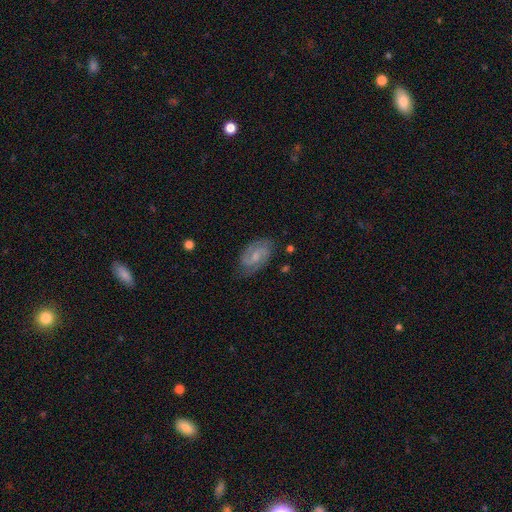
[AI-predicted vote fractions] A featured or disk galaxy (79%) with a weak bar (51%), 2 (86%) medium (49%) spiral arms (96%) and a small central bulge (47%).

Vote fractions:
- Smooth or featured? featured or disk: 79% / smooth: 15% / star or artifact: 6%
- Edge-on disk? no: 97% / yes: 3%
- Bar? weak: 51% / no: 39% / strong: 10%
- Spiral arms? yes: 96% / no: 4%
- Spiral winding? medium: 49% / tight: 37% / loose: 14%
- Spiral arm count? 2: 86% / can't tell: 7% / 3: 3% / 1: 2% / 4: 1% / more than 4: 1%
- Bulge size? small: 47% / moderate: 35% / none: 14% / large: 2% / dominant: 1%
- Merging? none: 78% / minor disturbance: 16% / major disturbance: 4% / merger: 1%